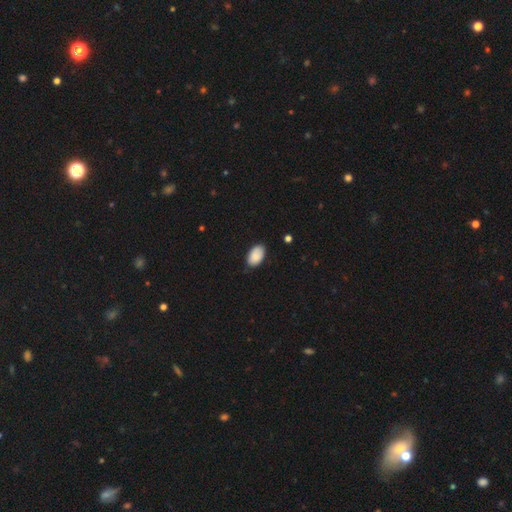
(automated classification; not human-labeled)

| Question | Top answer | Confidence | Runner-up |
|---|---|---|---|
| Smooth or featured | smooth | 88% | star or artifact (6%) |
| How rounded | in between | 94% | round (4%) |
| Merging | none | 79% | minor disturbance (17%) |